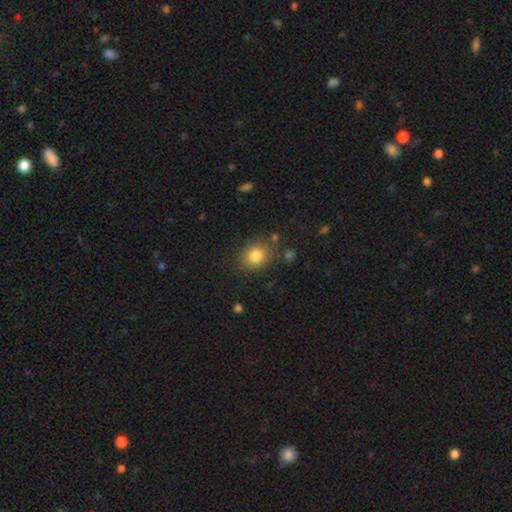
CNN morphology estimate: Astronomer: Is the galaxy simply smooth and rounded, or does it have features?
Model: smooth — 82%.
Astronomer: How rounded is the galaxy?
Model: round — 68%.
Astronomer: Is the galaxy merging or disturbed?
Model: none — 81%.